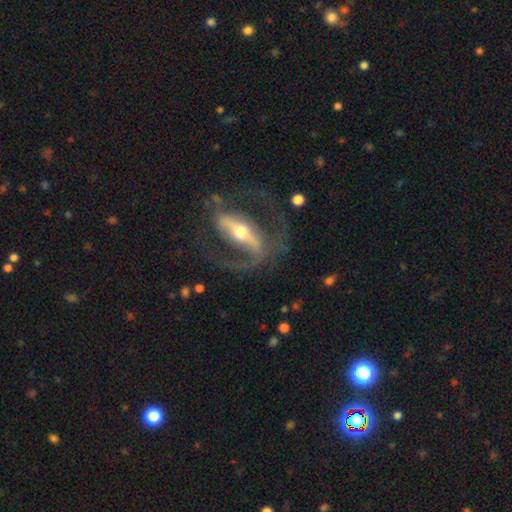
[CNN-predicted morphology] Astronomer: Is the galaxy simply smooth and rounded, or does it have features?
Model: featured or disk — 83%.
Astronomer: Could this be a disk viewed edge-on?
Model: no — 83%.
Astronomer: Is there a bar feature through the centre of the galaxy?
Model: strong — 53%.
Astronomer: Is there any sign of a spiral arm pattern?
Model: yes — 82%.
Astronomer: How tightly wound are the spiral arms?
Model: medium — 45% (runner-up: tight, 28%).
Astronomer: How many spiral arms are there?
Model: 2 — 79%.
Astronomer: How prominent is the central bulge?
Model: moderate — 54% (runner-up: small, 37%).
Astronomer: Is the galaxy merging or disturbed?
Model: none — 63%.